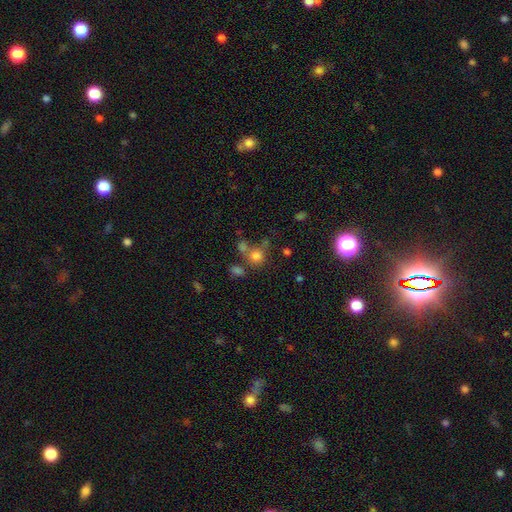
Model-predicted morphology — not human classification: This is likely a smooth galaxy (74%). How rounded: clearly round (82%). Merging: possibly none (52%).